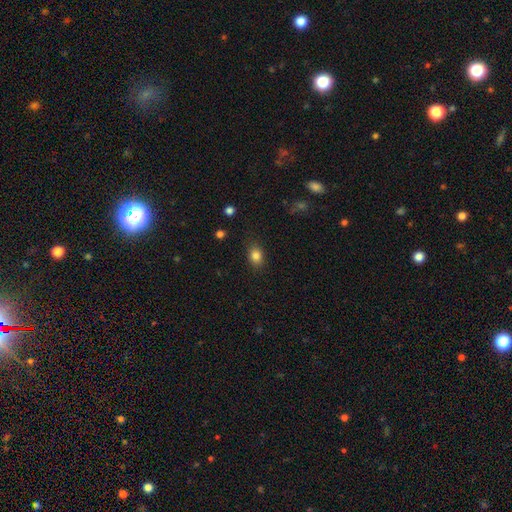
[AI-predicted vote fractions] A smooth galaxy with no disk features (84%) that is in between round and cigar-shaped (66%).

Vote fractions:
- Smooth or featured? smooth: 84% / star or artifact: 10% / featured or disk: 6%
- How rounded? in between: 66% / round: 33% / cigar-shaped: 1%
- Merging? none: 83% / minor disturbance: 12% / major disturbance: 3% / merger: 1%